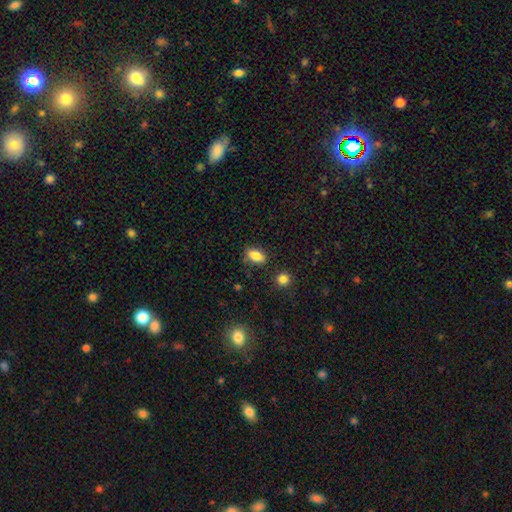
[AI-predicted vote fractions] Overall: smooth (85%). How rounded: in between (86%). Merging: none (81%).